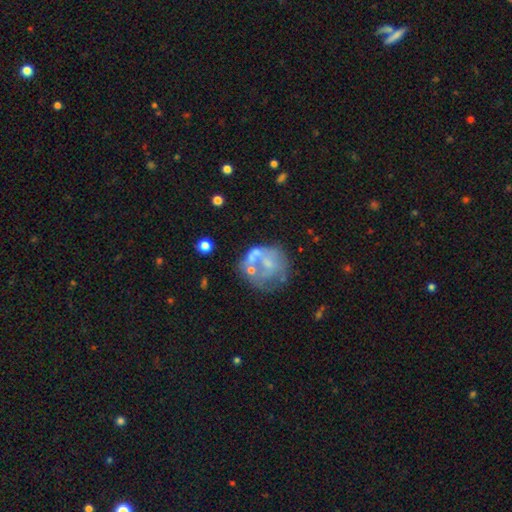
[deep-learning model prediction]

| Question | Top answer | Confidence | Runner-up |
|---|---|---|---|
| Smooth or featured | featured or disk | 54% | smooth (35%) |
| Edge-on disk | no | 98% | yes (2%) |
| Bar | no | 85% | weak (12%) |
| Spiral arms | no | 88% | yes (12%) |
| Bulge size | none | 56% | moderate (22%) |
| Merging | none | 40% | major disturbance (25%) |